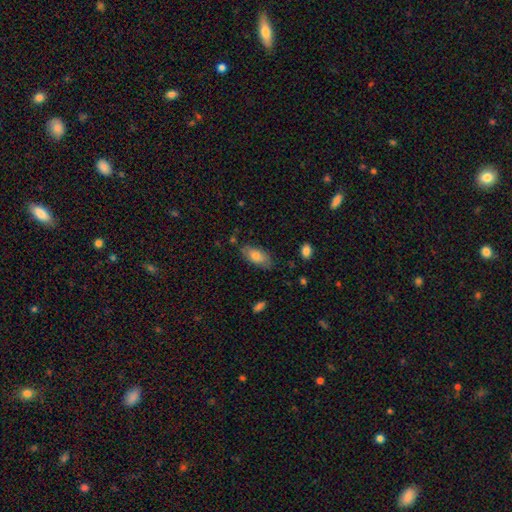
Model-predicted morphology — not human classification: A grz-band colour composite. It shows a smooth galaxy with no disk features (77%) that is in between round and cigar-shaped (90%). Merging: none (74%).